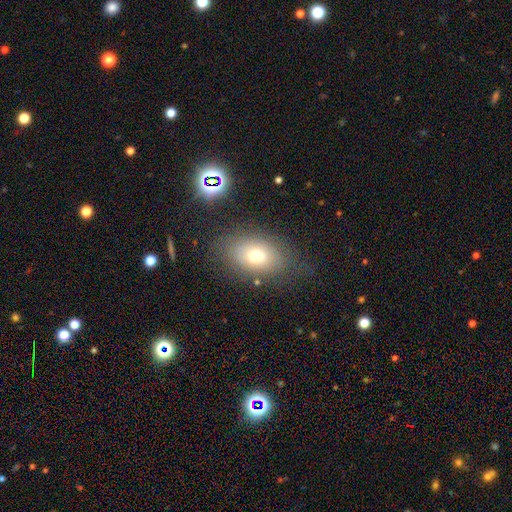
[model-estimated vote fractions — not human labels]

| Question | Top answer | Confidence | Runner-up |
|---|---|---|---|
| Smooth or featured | smooth | 70% | featured or disk (17%) |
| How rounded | in between | 77% | round (22%) |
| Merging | none | 75% | minor disturbance (15%) |